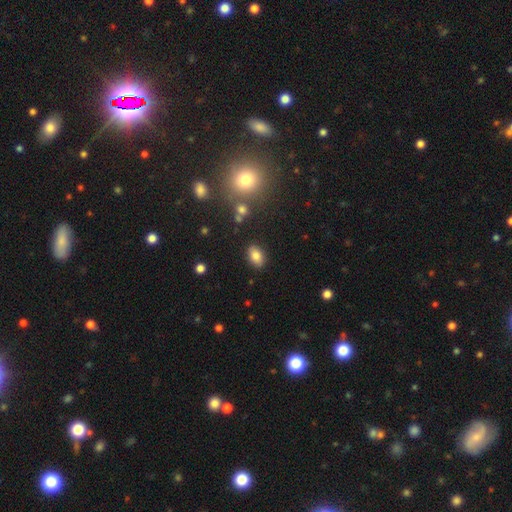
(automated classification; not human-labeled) Smooth or featured: smooth — 82% (star or artifact — 10%)
How rounded: in between — 87% (round — 11%)
Merging: none — 87% (minor disturbance — 9%)